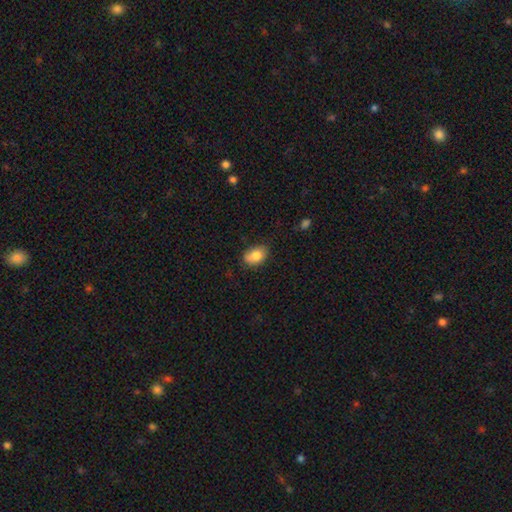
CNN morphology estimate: smooth 83%, featured or disk 9%, star or artifact 8%. Down the decision tree: how rounded — in between (86%); merging — none (74%).